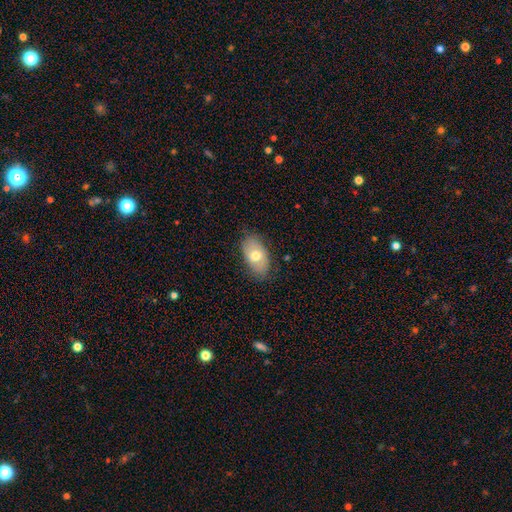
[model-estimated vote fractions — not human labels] Smooth or featured: smooth — 67% (featured or disk — 26%)
How rounded: in between — 92% (round — 6%)
Merging: none — 78% (minor disturbance — 17%)